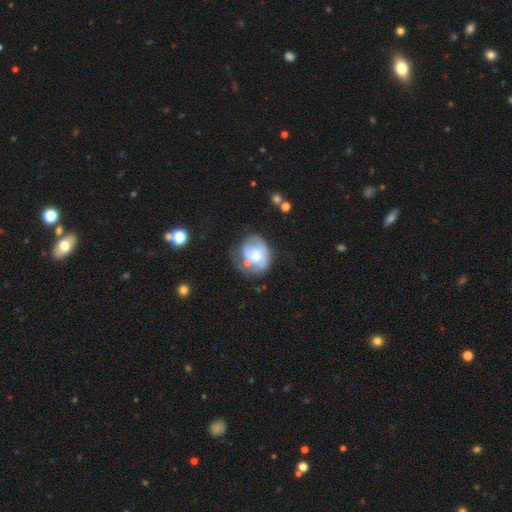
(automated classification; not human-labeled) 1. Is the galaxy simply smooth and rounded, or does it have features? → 58% featured or disk, 35% smooth, 7% star or artifact.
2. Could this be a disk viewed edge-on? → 97% no, 3% yes.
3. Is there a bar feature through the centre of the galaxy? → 72% no, 23% weak, 5% strong.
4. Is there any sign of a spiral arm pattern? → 65% yes, 35% no.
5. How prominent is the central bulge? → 59% moderate, 25% small, 12% large, 3% none, 2% dominant.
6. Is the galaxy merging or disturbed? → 45% none, 29% minor disturbance, 18% major disturbance, 9% merger.